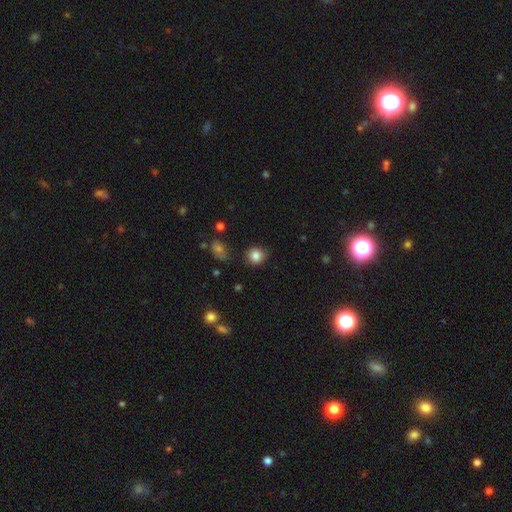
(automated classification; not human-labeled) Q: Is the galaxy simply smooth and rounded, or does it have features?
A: smooth — 84%.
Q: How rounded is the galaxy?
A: round — 84%.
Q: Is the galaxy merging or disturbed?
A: none — 80%.